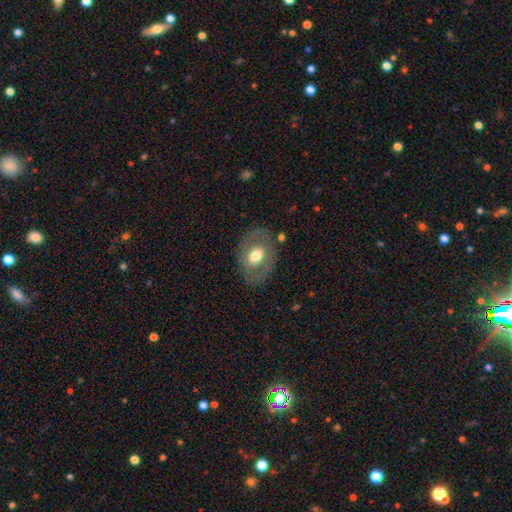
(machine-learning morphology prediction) Q: Smooth or featured?
A: smooth (55%); runner-up: featured or disk (38%)
Q: How rounded?
A: in between (72%); runner-up: round (27%)
Q: Merging?
A: none (79%); runner-up: minor disturbance (13%)